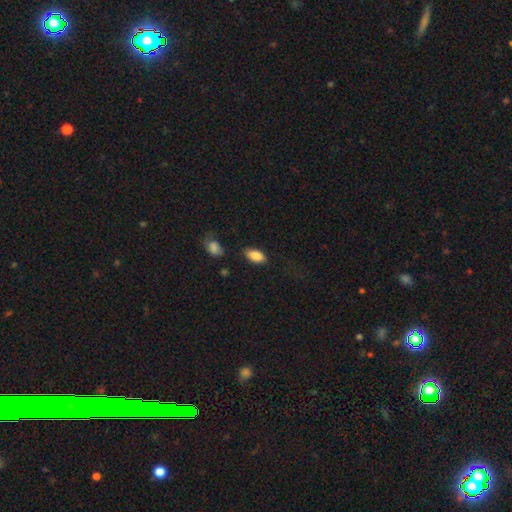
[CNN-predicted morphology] The model was most divided on "merging": none: 81%, minor disturbance: 13%, major disturbance: 4%, merger: 3%. More confident: how rounded — in between (92%); smooth or featured — smooth (86%).